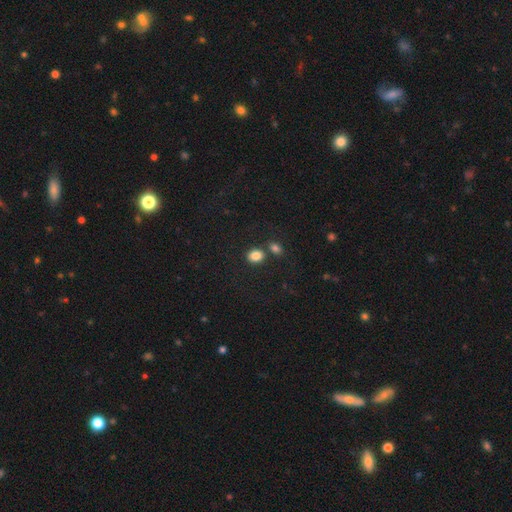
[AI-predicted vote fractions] Smooth or featured: smooth — 84% (star or artifact — 11%)
How rounded: in between — 56% (round — 43%)
Merging: none — 65% (merger — 22%)